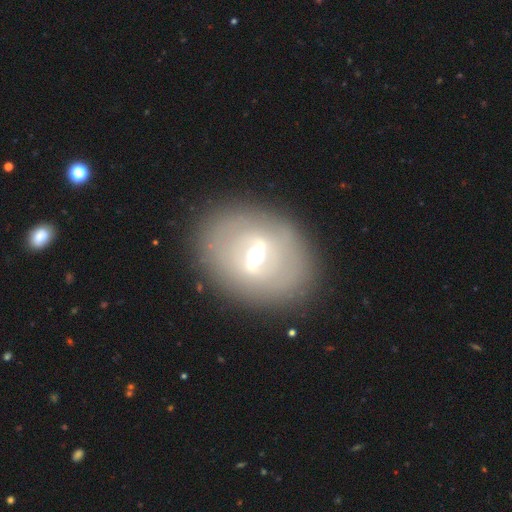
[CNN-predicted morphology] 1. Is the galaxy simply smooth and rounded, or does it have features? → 74% featured or disk, 18% smooth, 8% star or artifact.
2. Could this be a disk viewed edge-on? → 86% no, 14% yes.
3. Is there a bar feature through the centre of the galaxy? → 54% strong, 37% weak, 9% no.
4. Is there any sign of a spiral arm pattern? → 65% no, 35% yes.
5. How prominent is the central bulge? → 61% moderate, 27% small, 9% large, 1% dominant, 1% none.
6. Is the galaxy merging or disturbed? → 83% none, 11% minor disturbance, 5% major disturbance, 2% merger.